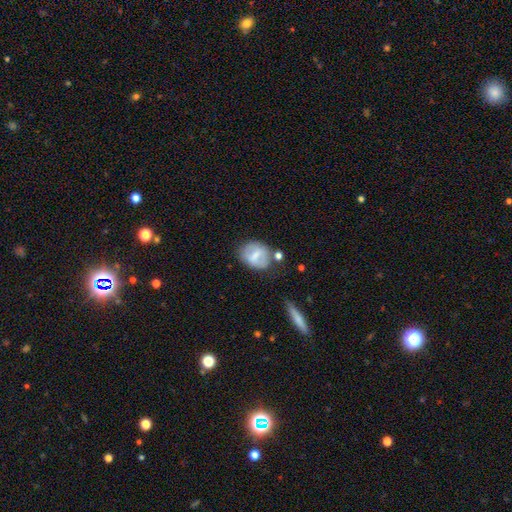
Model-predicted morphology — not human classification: Smooth or featured?
  - smooth: 55% *
  - featured or disk: 37%
  - star or artifact: 8%
How rounded?
  - in between: 55% *
  - round: 43%
  - cigar-shaped: 2%
Merging?
  - none: 63% *
  - minor disturbance: 21%
  - merger: 8%
  - major disturbance: 8%